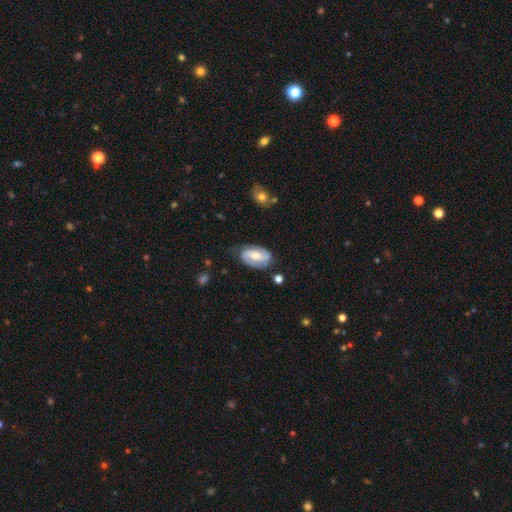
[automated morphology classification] A featured or disk galaxy (65%) with a weak bar (39%), 2 (82%) medium (41%) spiral arms (87%) and a moderate central bulge (56%).

Vote fractions:
- Smooth or featured? featured or disk: 65% / smooth: 29% / star or artifact: 6%
- Edge-on disk? no: 95% / yes: 5%
- Bar? weak: 39% / no: 30% / strong: 30%
- Spiral arms? yes: 87% / no: 13%
- Spiral winding? medium: 41% / loose: 31% / tight: 29%
- Spiral arm count? 2: 82% / can't tell: 10% / 1: 5% / 3: 2% / 4: 1% / more than 4: 1%
- Bulge size? moderate: 56% / small: 34% / large: 6% / none: 3% / dominant: 1%
- Merging? none: 67% / minor disturbance: 24% / major disturbance: 7% / merger: 2%